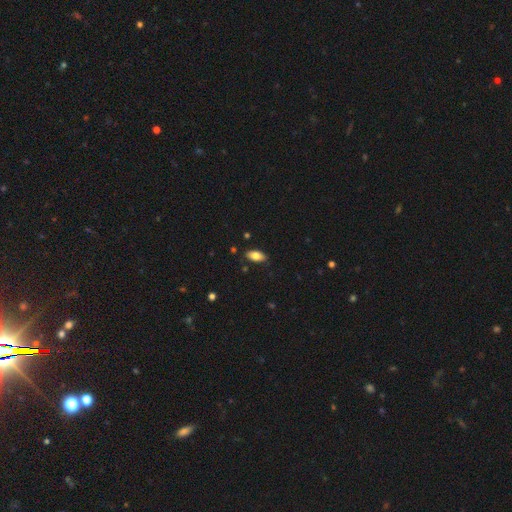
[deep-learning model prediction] The model was most divided on "smooth or featured": smooth: 80%, featured or disk: 13%, star or artifact: 7%. More confident: how rounded — in between (91%); merging — none (85%).